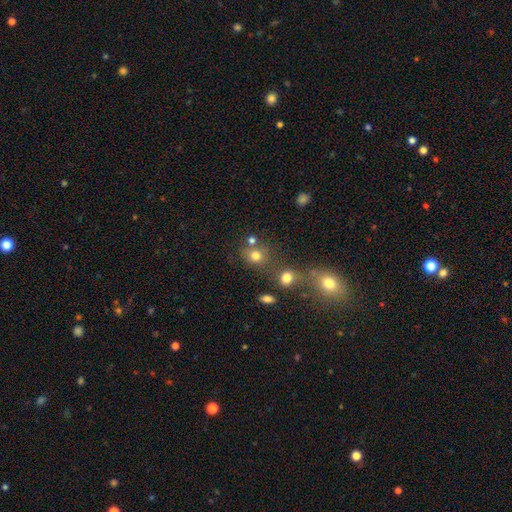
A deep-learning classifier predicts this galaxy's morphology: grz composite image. It shows a smooth galaxy with no disk features (75%) that is round (76%). Merging: none (56%).